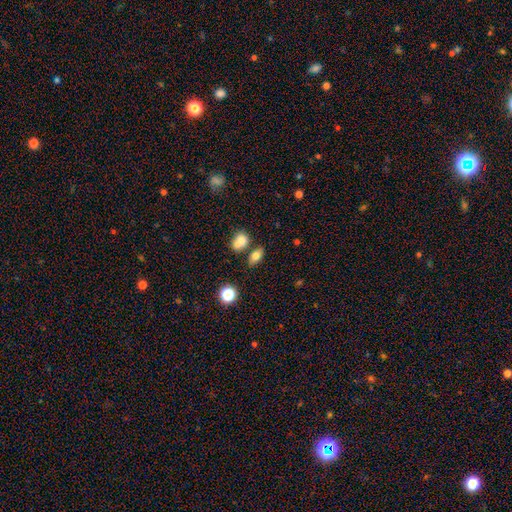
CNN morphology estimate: smooth_or_featured: smooth (p=0.75) [alt: featured or disk p=0.14]
how_rounded: in between (p=0.82) [alt: round p=0.13]
merging: none (p=0.60) [alt: merger p=0.25]